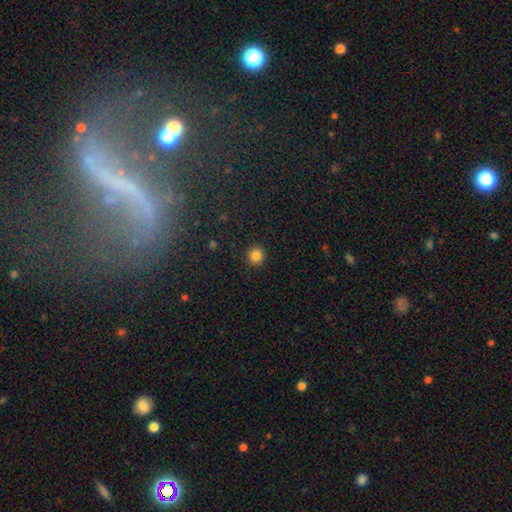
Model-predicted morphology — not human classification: Overall: smooth (84%). How rounded: round (93%). Merging: none (92%).